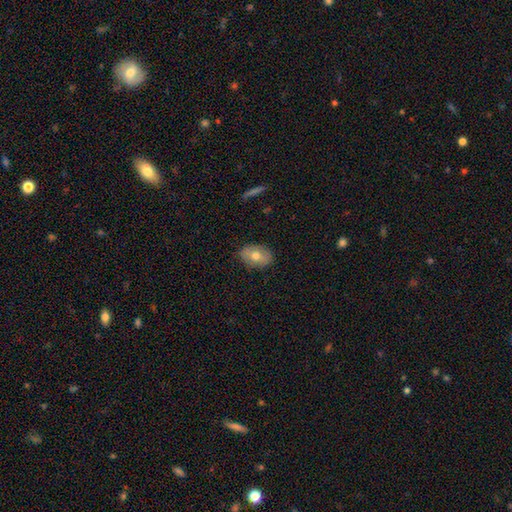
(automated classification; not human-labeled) This appears to be a smooth galaxy with no disk features (66%) that is in between round and cigar-shaped (82%). Merging: none (85%).